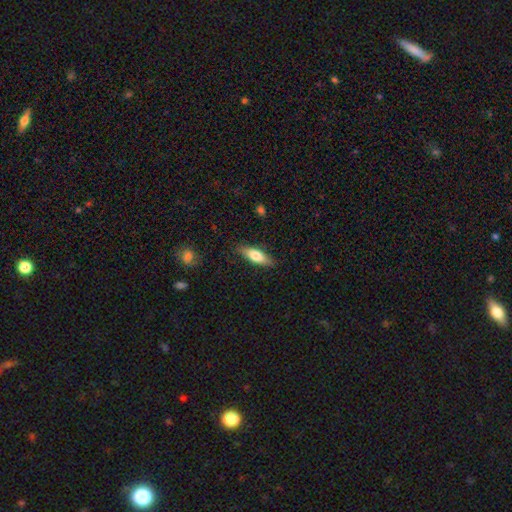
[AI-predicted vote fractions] Smooth or featured? smooth (70%)
How rounded? in between (55%)
Merging? none (84%)